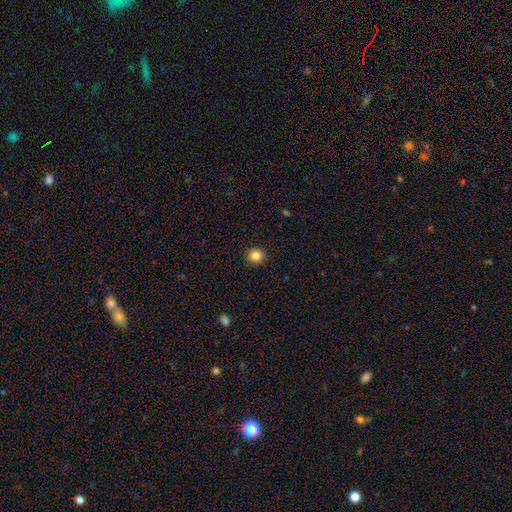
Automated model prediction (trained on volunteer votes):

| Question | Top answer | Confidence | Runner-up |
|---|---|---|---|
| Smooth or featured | smooth | 85% | star or artifact (11%) |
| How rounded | round | 91% | in between (8%) |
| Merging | none | 92% | minor disturbance (5%) |